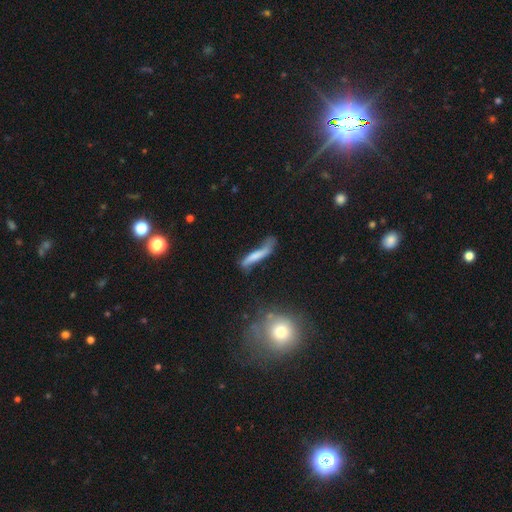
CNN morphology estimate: smooth-or-featured: smooth: 60% | featured or disk: 33% | star or artifact: 8%
  how-rounded: cigar-shaped: 88% | in between: 10% | round: 2%
  merging: none: 40% | minor disturbance: 30% | major disturbance: 21% | merger: 8%